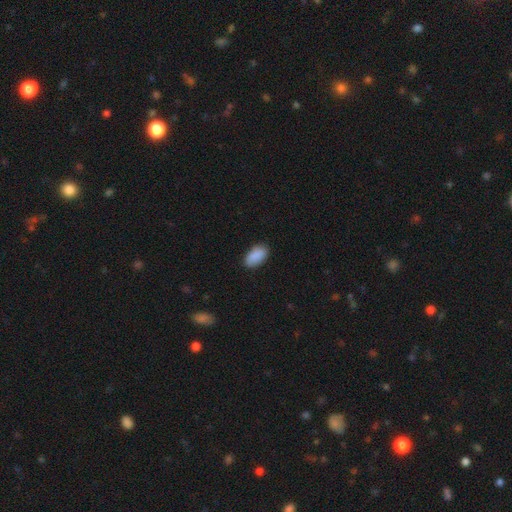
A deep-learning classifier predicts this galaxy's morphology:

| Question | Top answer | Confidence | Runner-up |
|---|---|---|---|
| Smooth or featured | smooth | 90% | star or artifact (6%) |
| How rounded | in between | 94% | cigar-shaped (3%) |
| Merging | none | 85% | minor disturbance (12%) |